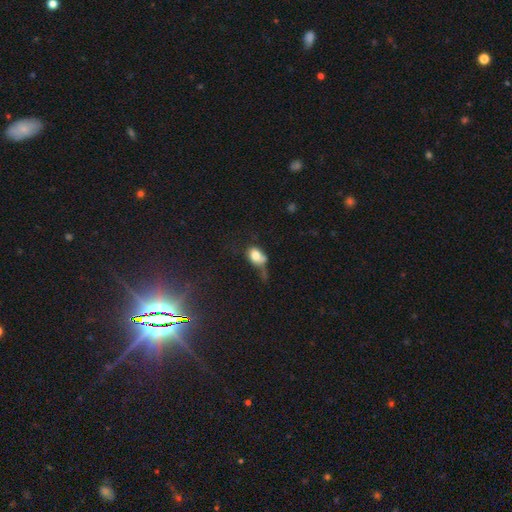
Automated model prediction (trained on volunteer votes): Overall: smooth (76%). How rounded: in between (73%). Merging: minor disturbance (30%; none 28%).